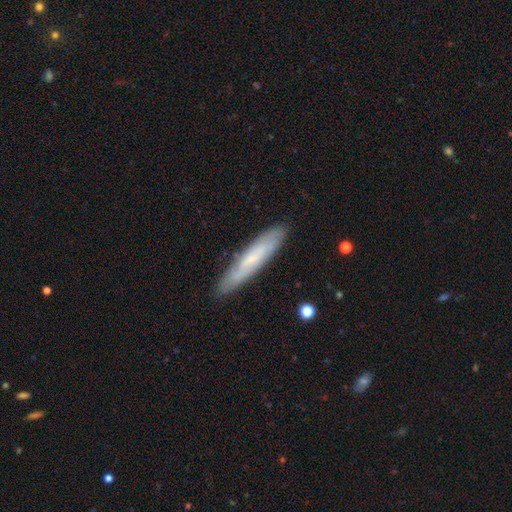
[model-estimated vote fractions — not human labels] Morphology: type=smooth (54%); roundness=cigar-shaped (88%); merging=none (86%).